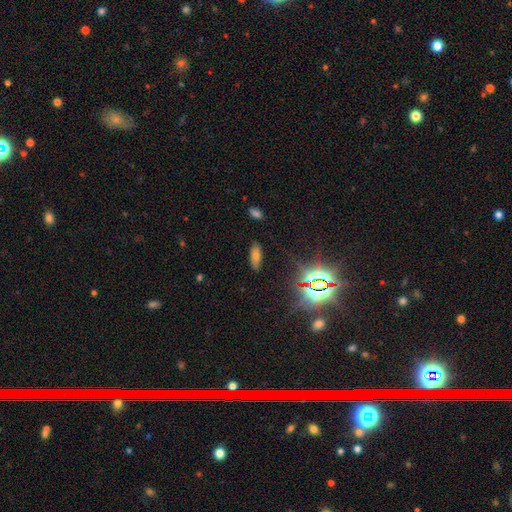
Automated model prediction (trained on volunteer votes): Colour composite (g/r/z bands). It shows a smooth galaxy with no disk features (44%). Merging: none (84%).